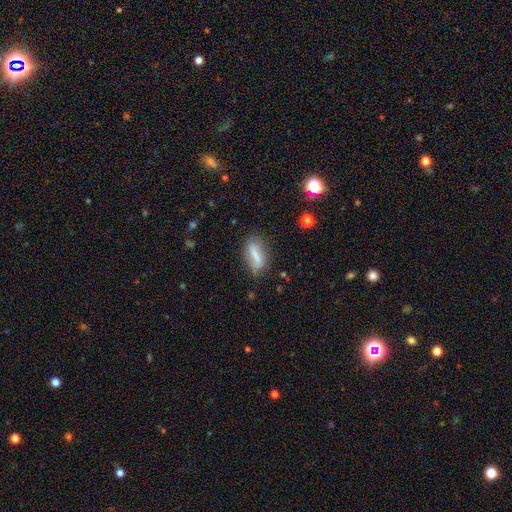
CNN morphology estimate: smooth 58%, featured or disk 32%, star or artifact 10%. Down the decision tree: how rounded — in between (65%); merging — none (66%).